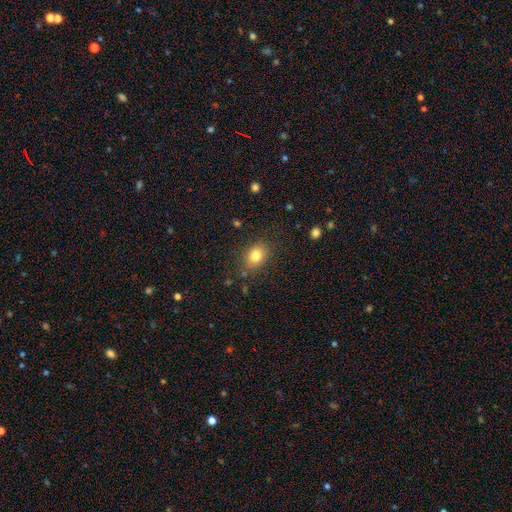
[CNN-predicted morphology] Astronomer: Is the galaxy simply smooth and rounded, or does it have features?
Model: smooth — 82%.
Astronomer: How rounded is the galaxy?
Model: in between — 61% (runner-up: round, 38%).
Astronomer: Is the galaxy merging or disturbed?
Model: none — 80%.